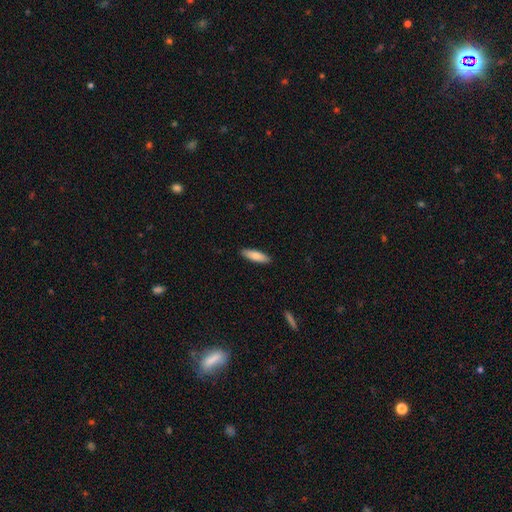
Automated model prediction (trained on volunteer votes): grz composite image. It shows a smooth galaxy with no disk features (81%) that is cigar-shaped (60%). Merging: none (90%).